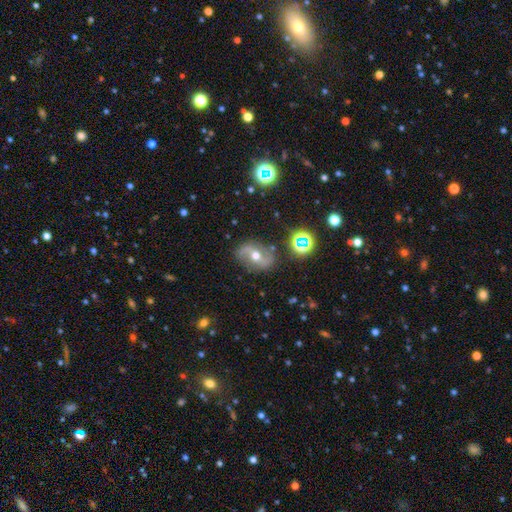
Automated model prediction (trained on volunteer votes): The model was most divided on "bar": no: 44%, weak: 35%, strong: 20%. More confident: edge-on disk — no (95%); spiral arm count — 2 (89%); spiral arms — yes (84%); merging — none (80%); bulge size — moderate (75%); smooth or featured — featured or disk (68%); spiral winding — loose (57%).